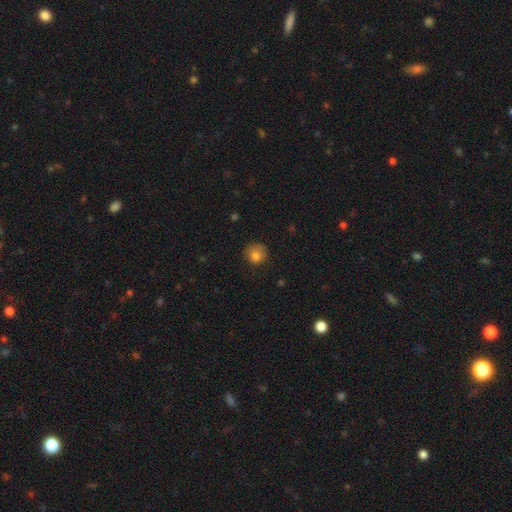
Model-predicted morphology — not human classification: This is likely a smooth galaxy (79%). How rounded: clearly round (82%). Merging: likely none (62%).